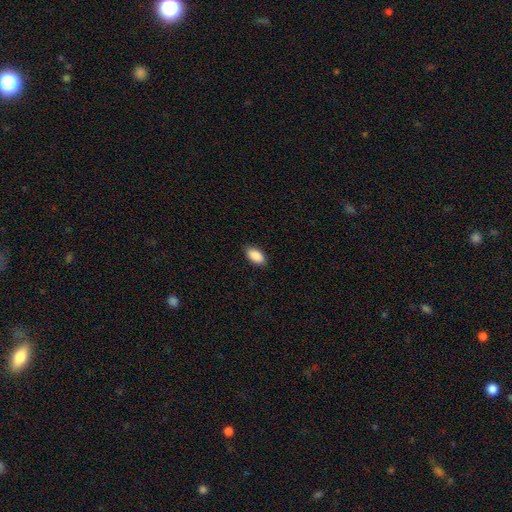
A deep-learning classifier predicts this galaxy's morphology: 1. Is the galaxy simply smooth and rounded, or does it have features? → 90% smooth, 6% star or artifact, 3% featured or disk.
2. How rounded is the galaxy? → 94% in between, 4% round, 2% cigar-shaped.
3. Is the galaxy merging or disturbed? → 88% none, 10% minor disturbance, 2% major disturbance, 1% merger.